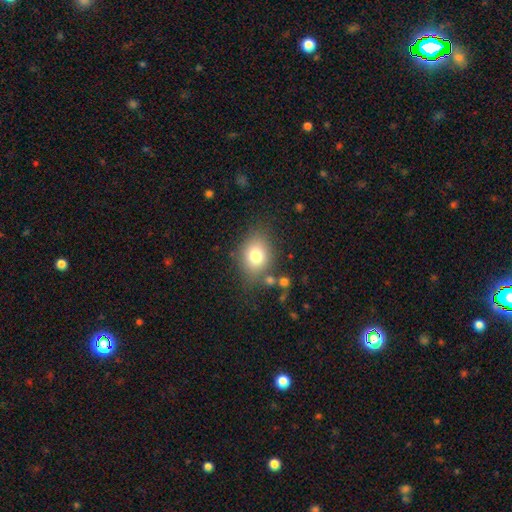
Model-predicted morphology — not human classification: This appears to be a smooth galaxy with no disk features (77%) that is in between round and cigar-shaped (53%). Merging: none (75%).